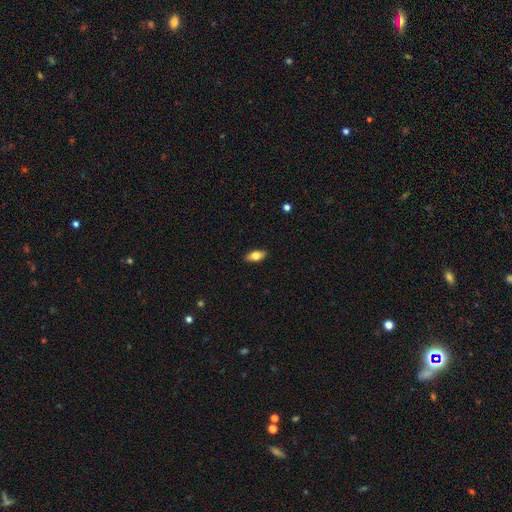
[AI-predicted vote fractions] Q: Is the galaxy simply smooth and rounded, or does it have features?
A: smooth — 75%.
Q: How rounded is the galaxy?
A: in between — 88%.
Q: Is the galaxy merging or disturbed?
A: none — 89%.